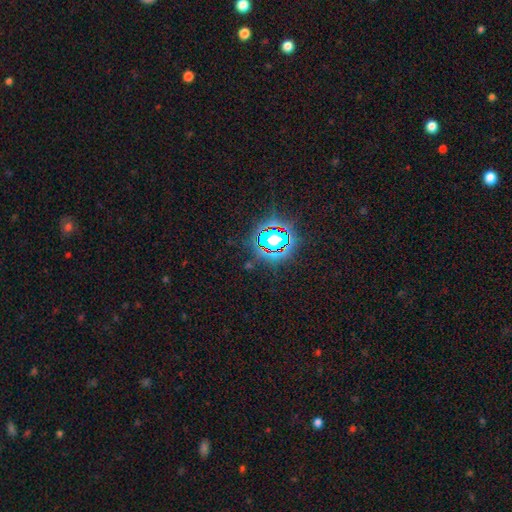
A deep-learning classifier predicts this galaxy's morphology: Smooth or featured?
  - star or artifact: 82% *
  - smooth: 11%
  - featured or disk: 7%